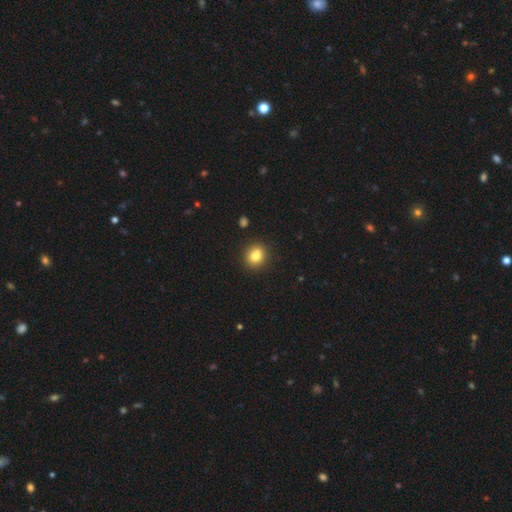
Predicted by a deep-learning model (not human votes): The model was most divided on "how rounded": round: 72%, in between: 26%, cigar-shaped: 1%. More confident: merging — none (82%); smooth or featured — smooth (81%).